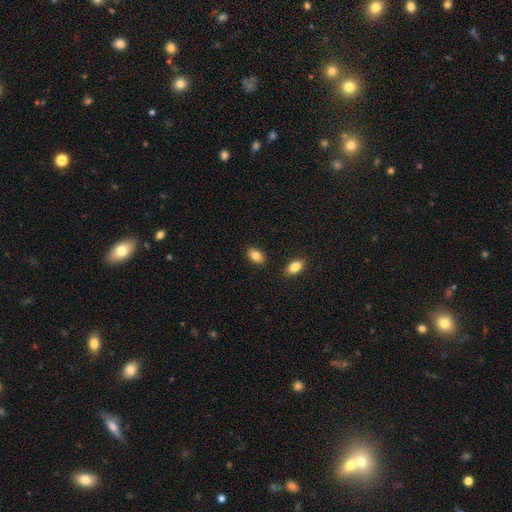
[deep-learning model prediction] smooth 85%, star or artifact 8%, featured or disk 7%. Down the decision tree: how rounded — in between (88%); merging — none (86%).